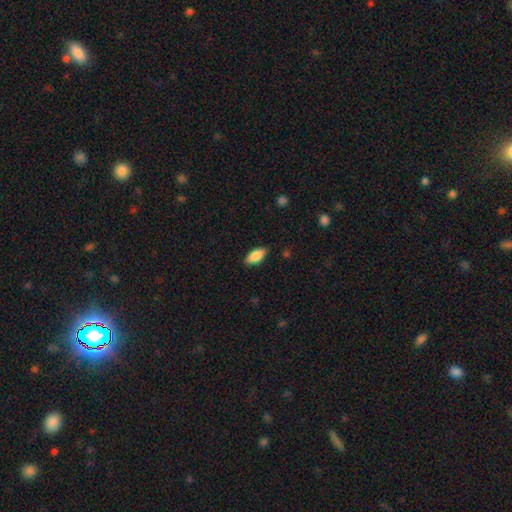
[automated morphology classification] Smooth or featured? Predicted: smooth (p=0.86). How rounded? Predicted: in between (p=0.89). Merging? Predicted: none (p=0.86).